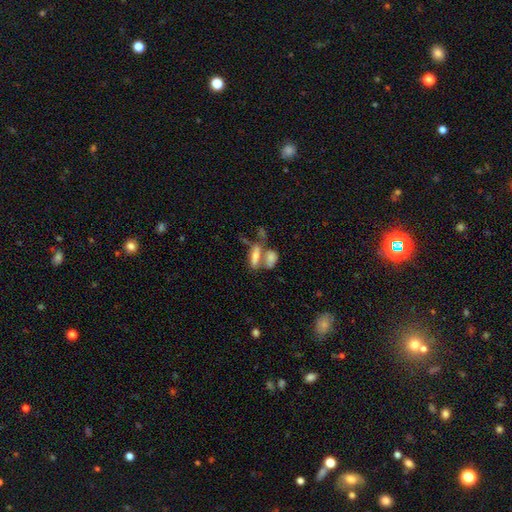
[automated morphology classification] smooth 61%, featured or disk 28%, star or artifact 11%. Down the decision tree: how rounded — in between (66%); merging — merger (50%).